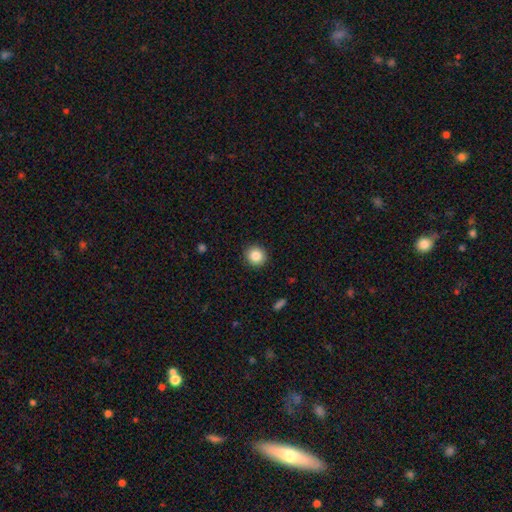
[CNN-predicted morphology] This is clearly a smooth galaxy (85%). How rounded: clearly round (91%). Merging: clearly none (92%).